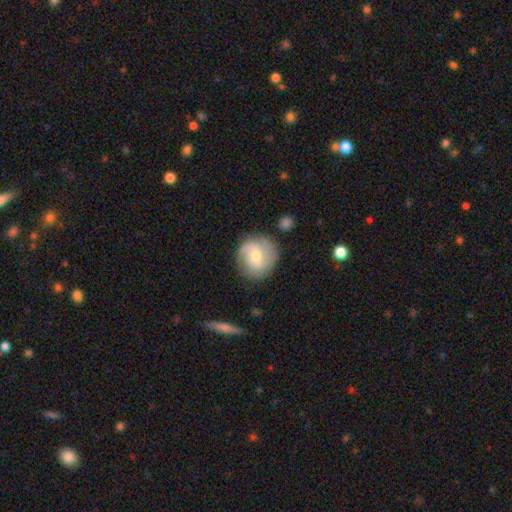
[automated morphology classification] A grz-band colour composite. It shows a featured or disk galaxy (69%) with no bar (46%), 2 (38%) medium (45%) spiral arms (93%) and a moderate central bulge (53%). Merging: none (79%).